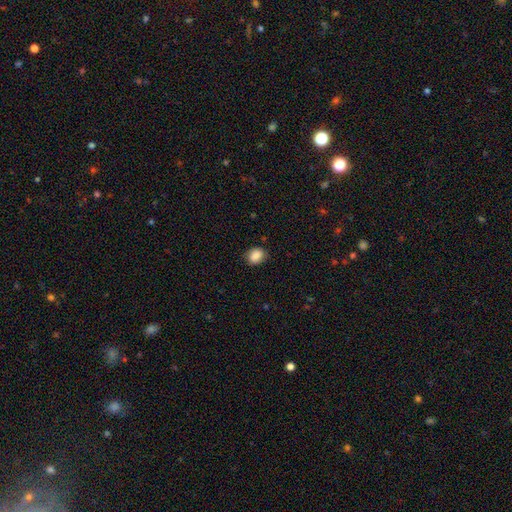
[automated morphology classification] Q: Smooth or featured?
A: smooth (87%); runner-up: star or artifact (8%)
Q: How rounded?
A: in between (55%); runner-up: round (44%)
Q: Merging?
A: none (81%); runner-up: minor disturbance (15%)